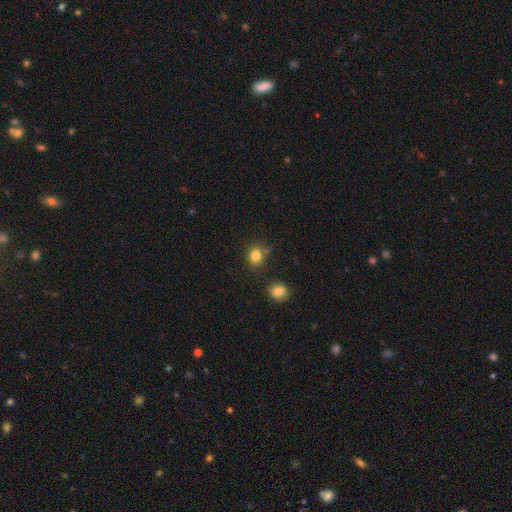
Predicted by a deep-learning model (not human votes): smooth-or-featured: smooth: 83% | star or artifact: 12% | featured or disk: 5%
  how-rounded: round: 72% | in between: 27% | cigar-shaped: 1%
  merging: none: 76% | minor disturbance: 14% | merger: 6% | major disturbance: 4%